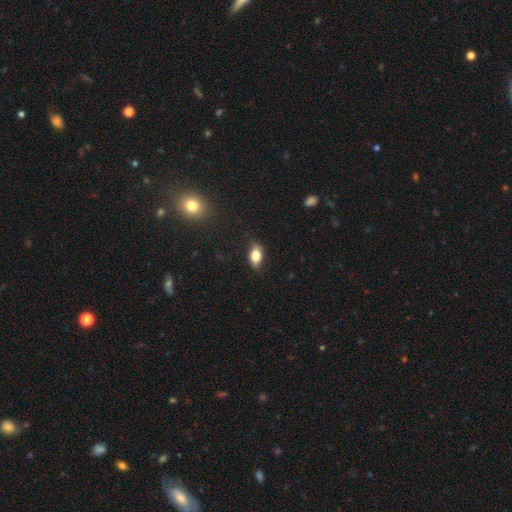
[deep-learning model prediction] smooth 73%, featured or disk 18%, star or artifact 8%. Down the decision tree: how rounded — in between (84%); merging — none (80%).